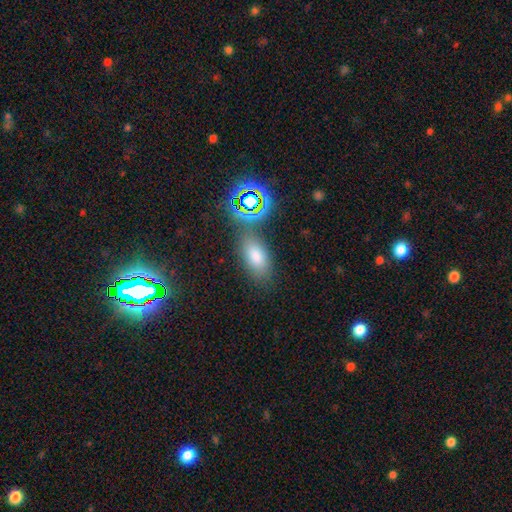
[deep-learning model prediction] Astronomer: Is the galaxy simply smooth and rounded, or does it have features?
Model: smooth — 71%.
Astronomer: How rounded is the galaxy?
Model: in between — 86%.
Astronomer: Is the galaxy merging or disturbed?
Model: none — 73%.